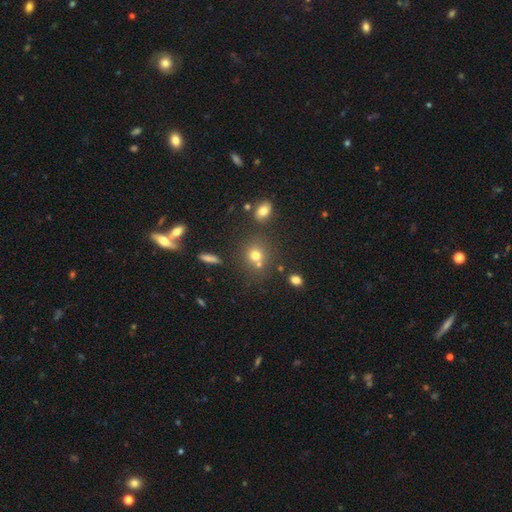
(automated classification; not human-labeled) Q: Smooth or featured?
A: smooth (70%); runner-up: star or artifact (18%)
Q: How rounded?
A: round (82%); runner-up: in between (17%)
Q: Merging?
A: none (61%); runner-up: merger (23%)